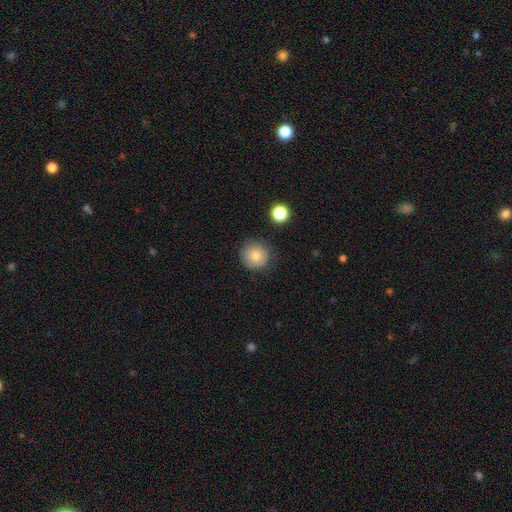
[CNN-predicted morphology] Smooth or featured?
  - smooth: 79% *
  - star or artifact: 11%
  - featured or disk: 10%
How rounded?
  - round: 95% *
  - in between: 4%
  - cigar-shaped: 1%
Merging?
  - none: 86% *
  - minor disturbance: 10%
  - major disturbance: 3%
  - merger: 2%